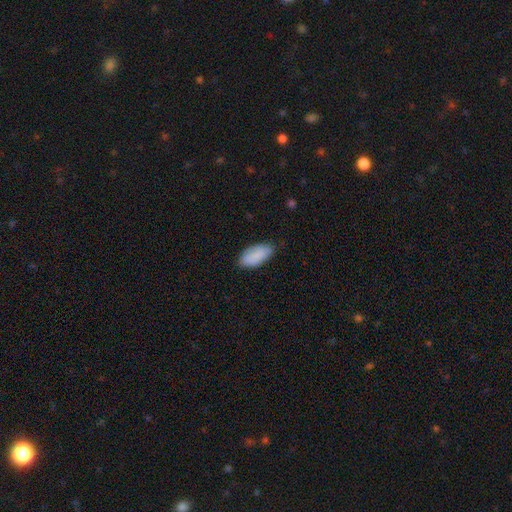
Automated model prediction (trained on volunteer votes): The model was most divided on "merging": none: 77%, minor disturbance: 18%, major disturbance: 3%, merger: 1%. More confident: how rounded — in between (93%); smooth or featured — smooth (86%).